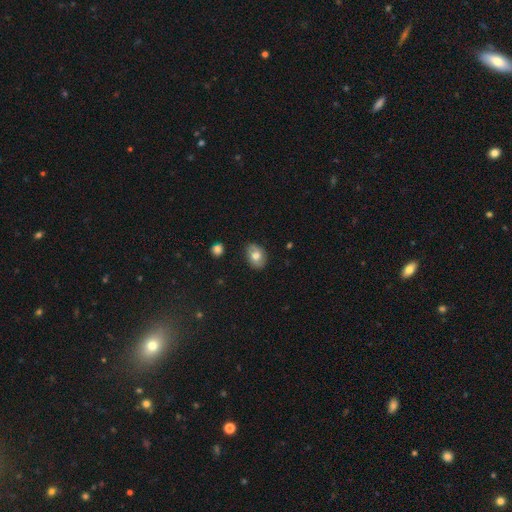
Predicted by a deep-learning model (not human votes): Smooth or featured? smooth (61%)
How rounded? in between (72%)
Merging? none (82%)